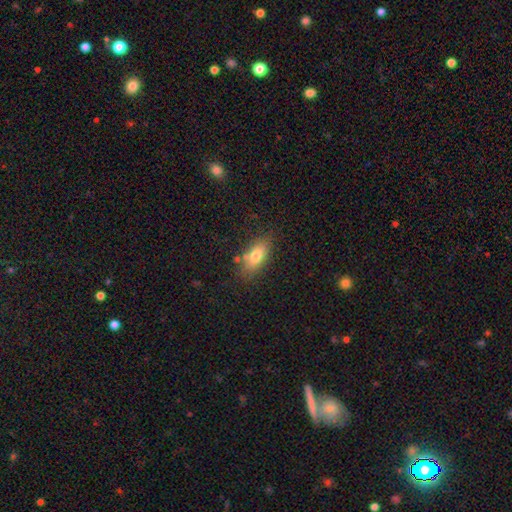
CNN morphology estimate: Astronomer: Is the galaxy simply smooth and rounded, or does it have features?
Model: smooth — 76%.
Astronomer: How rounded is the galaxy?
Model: in between — 84%.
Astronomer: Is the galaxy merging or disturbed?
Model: none — 77%.